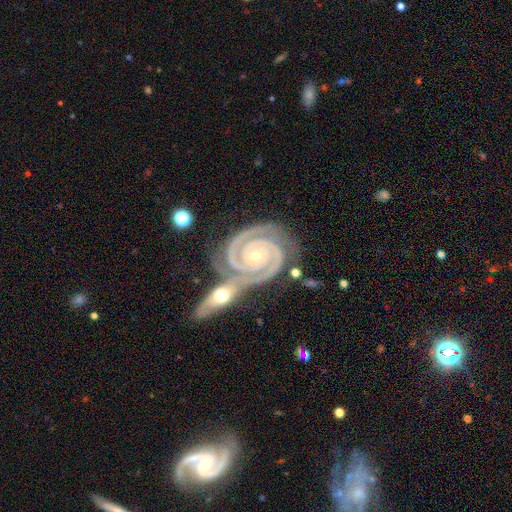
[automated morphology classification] Q: Smooth or featured?
A: featured or disk (94%); runner-up: star or artifact (3%)
Q: Edge-on disk?
A: no (98%); runner-up: yes (2%)
Q: Bar?
A: no (68%); runner-up: weak (18%)
Q: Spiral arms?
A: yes (99%); runner-up: no (1%)
Q: Spiral winding?
A: tight (86%); runner-up: medium (12%)
Q: Spiral arm count?
A: 2 (87%); runner-up: 3 (7%)
Q: Bulge size?
A: small (74%); runner-up: moderate (23%)
Q: Merging?
A: none (63%); runner-up: merger (21%)